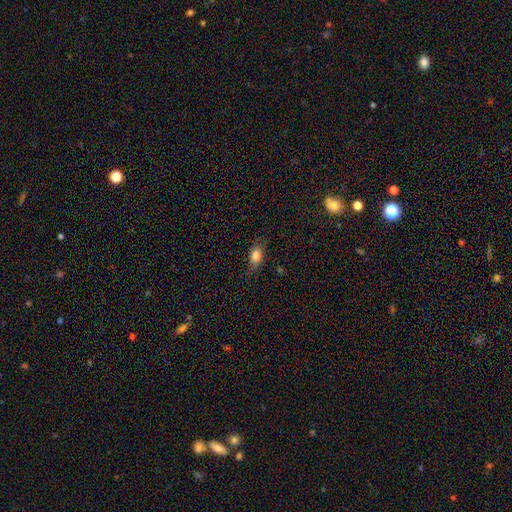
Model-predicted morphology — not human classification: Overall: smooth (81%). How rounded: in between (81%). Merging: none (75%).